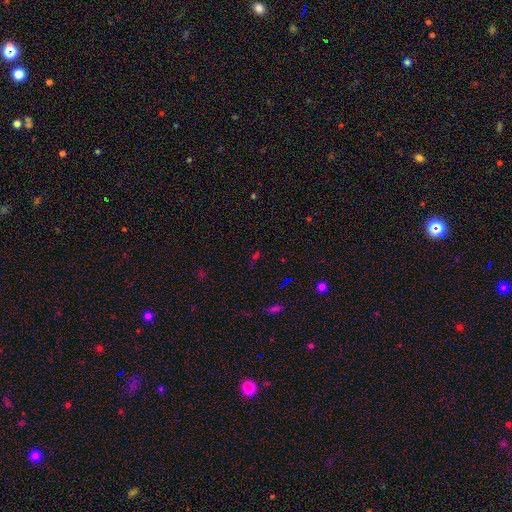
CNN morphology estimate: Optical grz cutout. It shows a star or artifact, not a galaxy (62%).